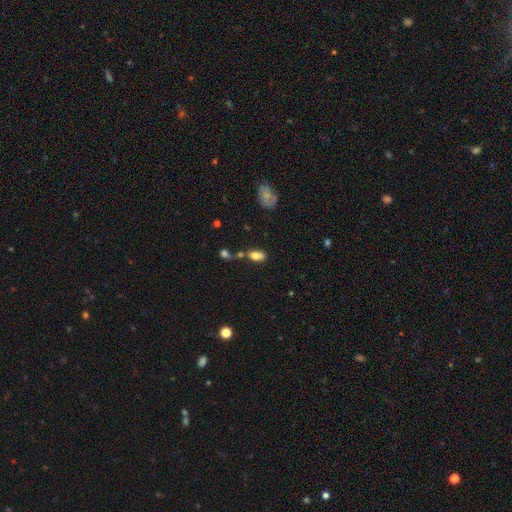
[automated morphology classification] The model was most divided on "merging": none: 37%, merger: 34%, minor disturbance: 19%, major disturbance: 10%. More confident: how rounded — in between (83%); smooth or featured — smooth (74%).